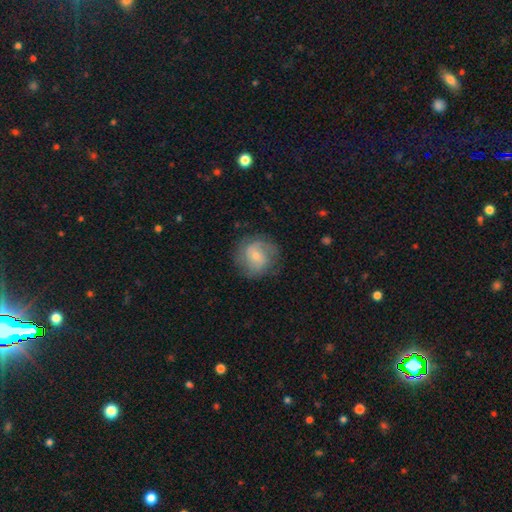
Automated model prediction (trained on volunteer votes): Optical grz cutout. It shows a featured or disk galaxy (54%) with no bar (56%), spiral arms (83%) and a small central bulge (61%). Merging: none (74%).